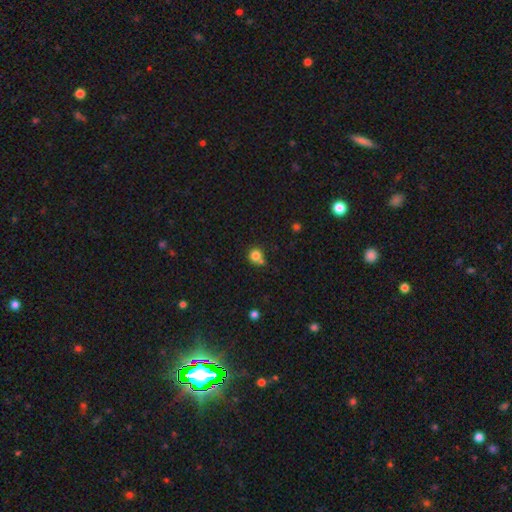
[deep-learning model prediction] The model was most divided on "merging": none: 59%, merger: 24%, minor disturbance: 13%, major disturbance: 4%. More confident: how rounded — round (89%); smooth or featured — smooth (81%).